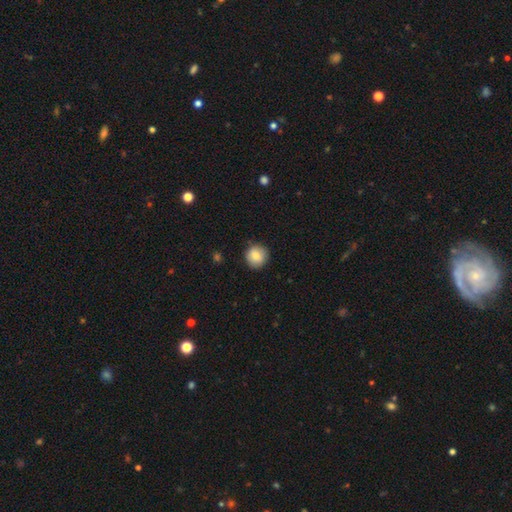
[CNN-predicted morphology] Smooth or featured? Predicted: smooth (p=0.84). How rounded? Predicted: round (p=0.93). Merging? Predicted: none (p=0.87).